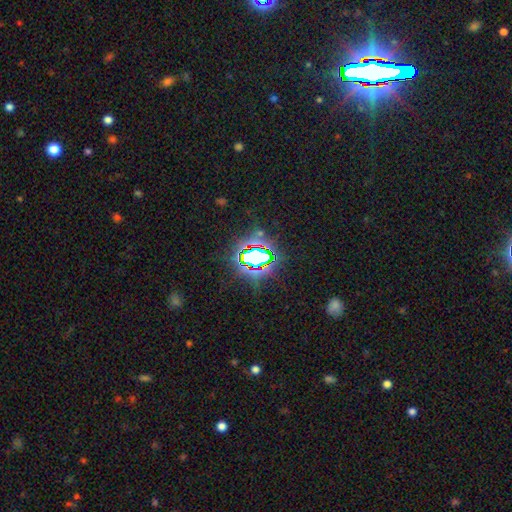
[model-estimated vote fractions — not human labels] A star or artifact, not a galaxy (72%).